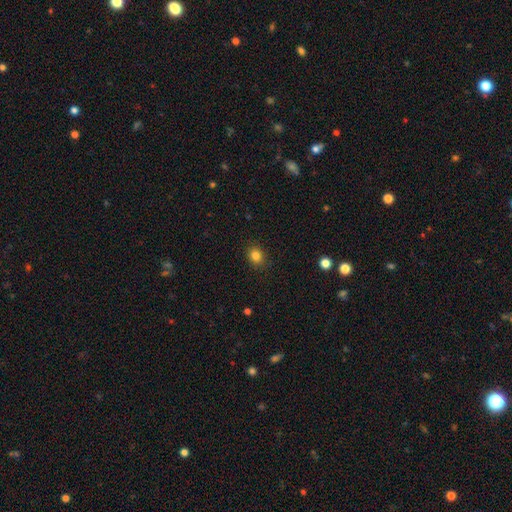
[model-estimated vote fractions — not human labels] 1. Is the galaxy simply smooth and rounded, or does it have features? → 83% smooth, 12% star or artifact, 5% featured or disk.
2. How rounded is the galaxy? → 65% round, 34% in between, 1% cigar-shaped.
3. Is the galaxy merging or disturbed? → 89% none, 8% minor disturbance, 2% major disturbance, 1% merger.